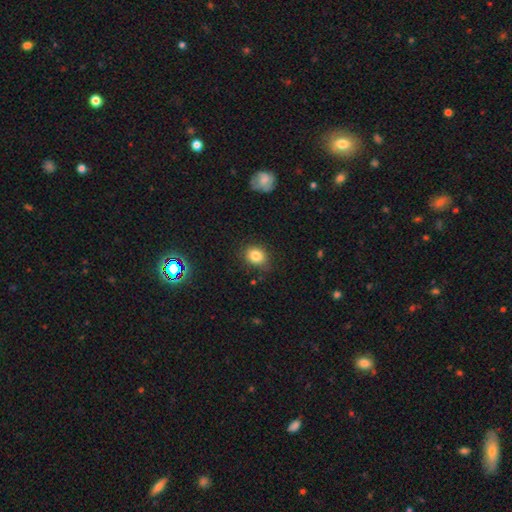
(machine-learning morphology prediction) Smooth or featured? Predicted: smooth (p=0.83). How rounded? Predicted: round (p=0.60). Merging? Predicted: none (p=0.80).